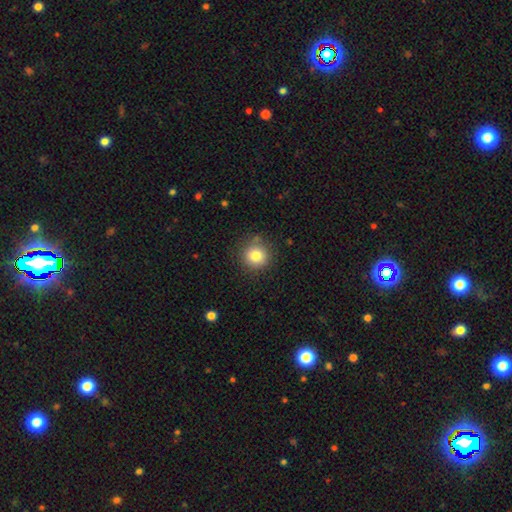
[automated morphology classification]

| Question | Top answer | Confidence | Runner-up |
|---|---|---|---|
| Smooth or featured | smooth | 82% | star or artifact (11%) |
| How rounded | round | 93% | in between (6%) |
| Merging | none | 86% | minor disturbance (9%) |